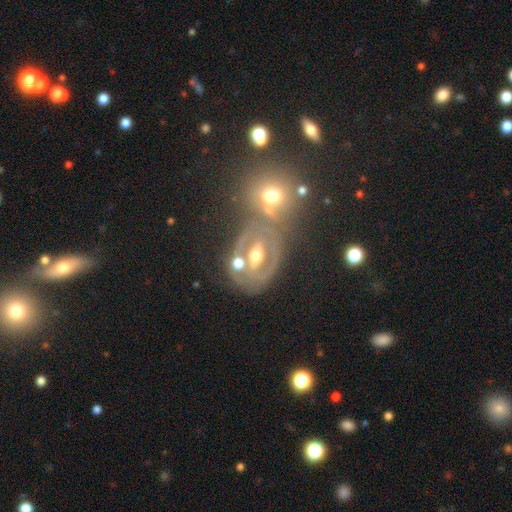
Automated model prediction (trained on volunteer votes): Smooth or featured: featured or disk — 65% (smooth — 18%)
Edge-on disk: no — 93% (yes — 7%)
Bar: no — 40% (weak — 35%)
Spiral arms: yes — 57% (no — 43%)
Bulge size: moderate — 67% (small — 21%)
Merging: none — 48% (merger — 27%)